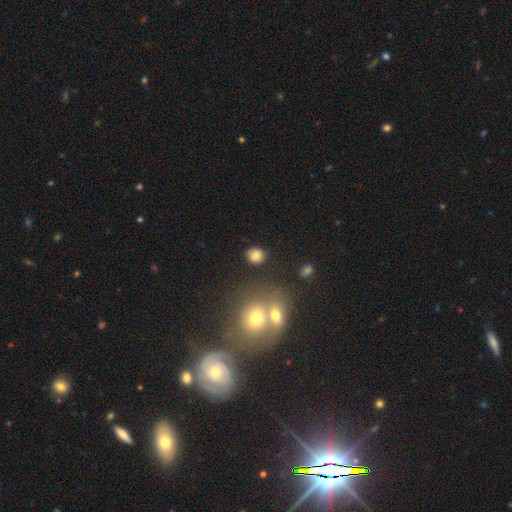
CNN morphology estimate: Smooth or featured? Predicted: smooth (p=0.82). How rounded? Predicted: round (p=0.73). Merging? Predicted: none (p=0.81).